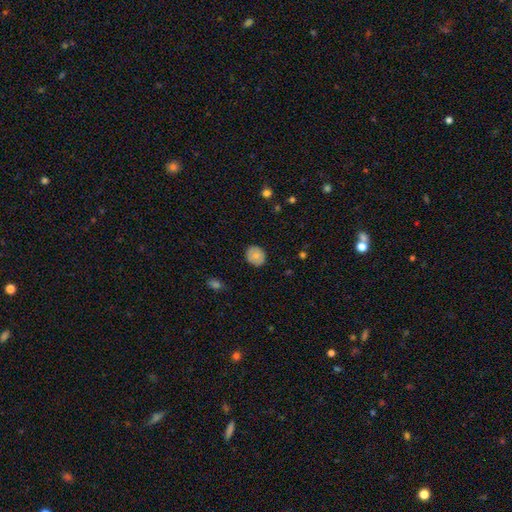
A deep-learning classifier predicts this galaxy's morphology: Smooth or featured: smooth — 76% (featured or disk — 17%)
How rounded: round — 72% (in between — 27%)
Merging: none — 86% (minor disturbance — 11%)